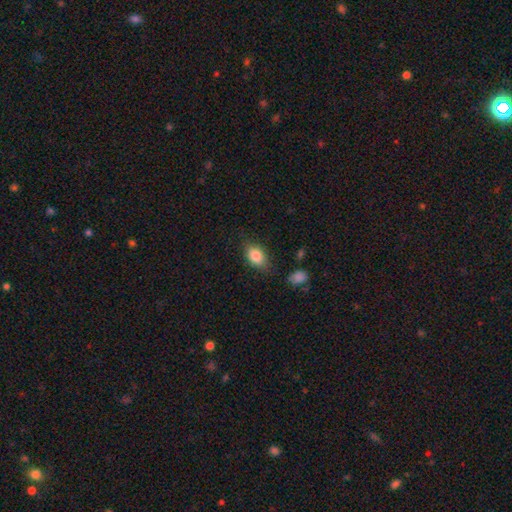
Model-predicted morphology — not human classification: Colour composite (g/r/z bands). It shows a smooth galaxy with no disk features (84%) that is in between round and cigar-shaped (85%). Merging: none (76%).